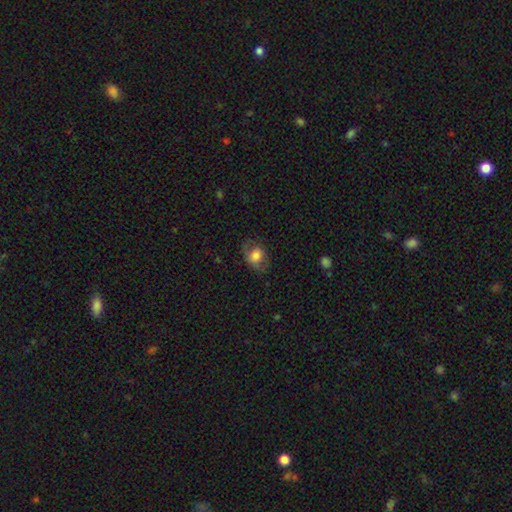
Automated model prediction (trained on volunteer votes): Overall: smooth (65%; featured or disk 26%). How rounded: in between (55%; round 43%). Merging: none (66%).